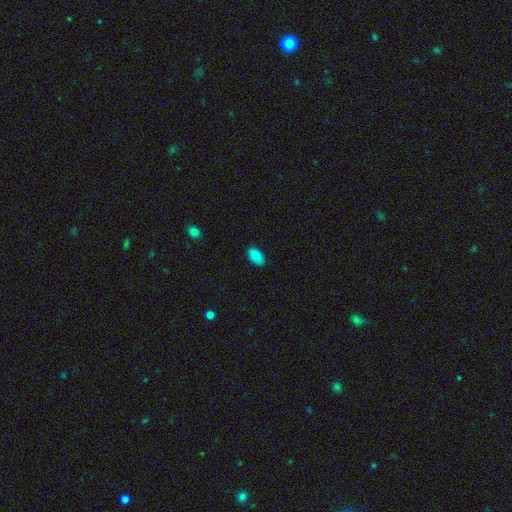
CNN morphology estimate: A smooth galaxy with no disk features (88%) that is in between round and cigar-shaped (94%). Merging: none (86%).